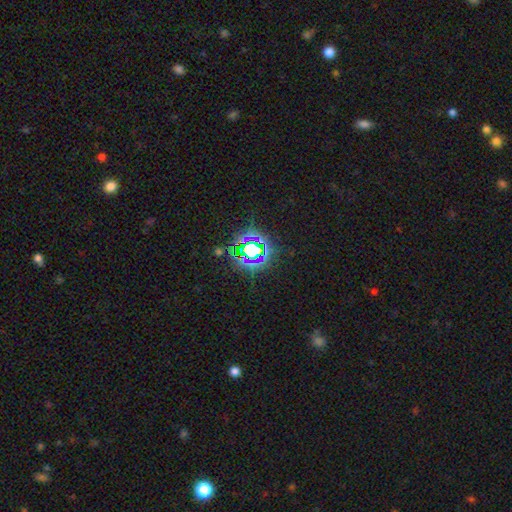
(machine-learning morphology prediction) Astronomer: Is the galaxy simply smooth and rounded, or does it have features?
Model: star or artifact — 71%.